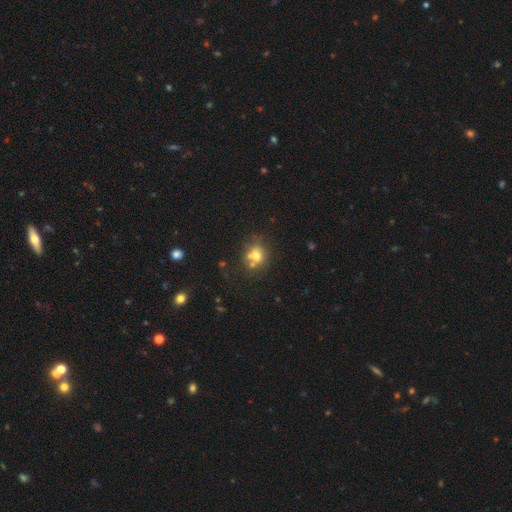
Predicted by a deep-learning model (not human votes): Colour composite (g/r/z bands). It shows a smooth galaxy with no disk features (66%) that is round (72%). Merging: none (49%).